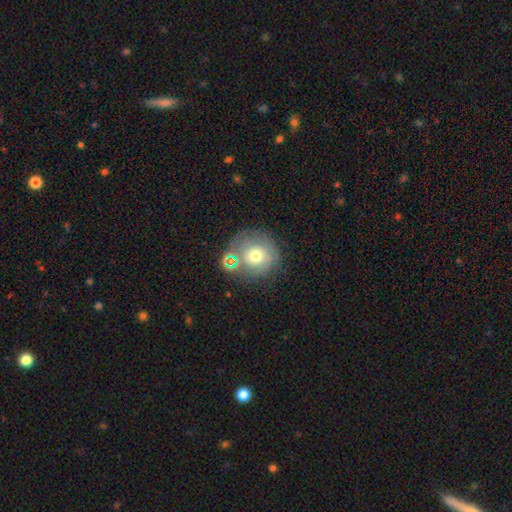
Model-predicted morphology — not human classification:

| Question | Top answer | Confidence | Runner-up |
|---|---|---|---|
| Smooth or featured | smooth | 57% | featured or disk (29%) |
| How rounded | round | 91% | in between (8%) |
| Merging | none | 66% | minor disturbance (15%) |